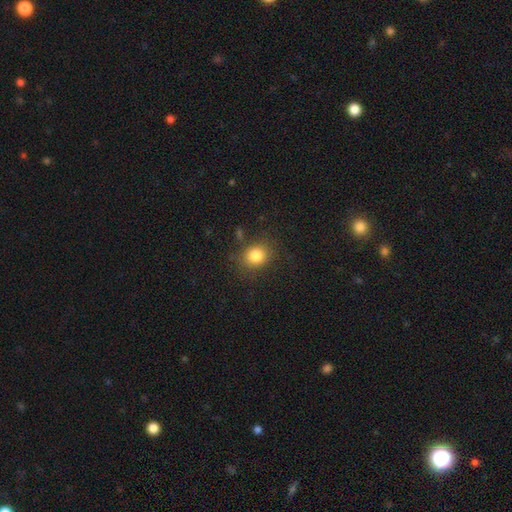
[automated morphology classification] smooth 82%, star or artifact 11%, featured or disk 6%. Down the decision tree: how rounded — round (69%); merging — none (80%).